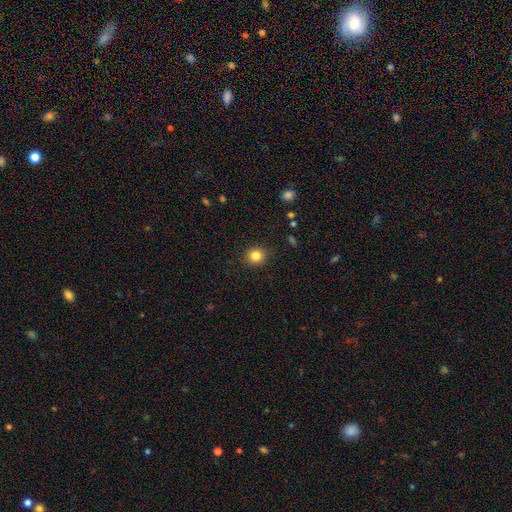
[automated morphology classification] Q: Smooth or featured?
A: smooth (84%); runner-up: star or artifact (11%)
Q: How rounded?
A: round (86%); runner-up: in between (13%)
Q: Merging?
A: none (90%); runner-up: minor disturbance (7%)